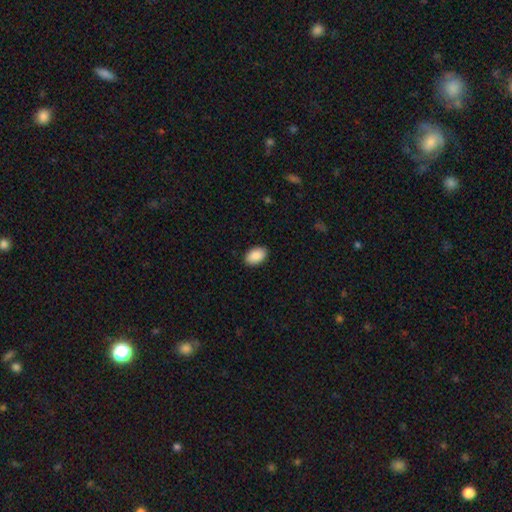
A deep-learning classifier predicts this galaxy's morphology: type=smooth (91%); roundness=in between (93%); merging=none (90%).